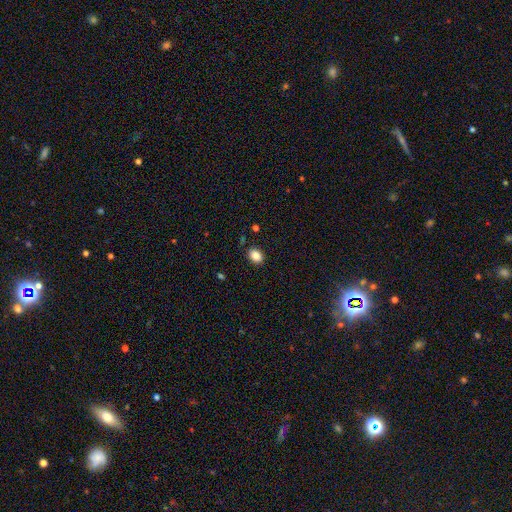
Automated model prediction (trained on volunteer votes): This appears to be a smooth galaxy with no disk features (86%) that is in between round and cigar-shaped (64%). Merging: none (88%).